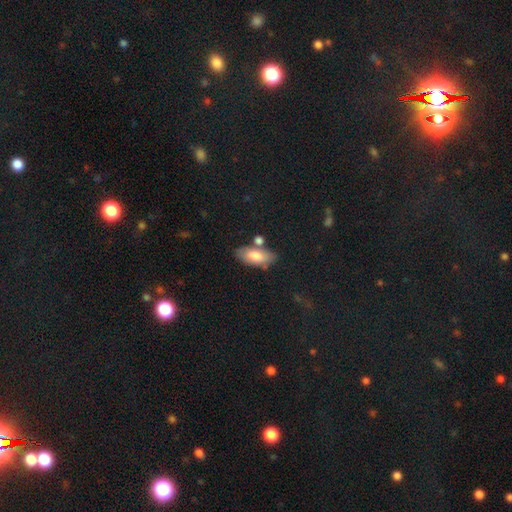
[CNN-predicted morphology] A smooth galaxy with no disk features (78%) that is in between round and cigar-shaped (85%).

Vote fractions:
- Smooth or featured? smooth: 78% / featured or disk: 16% / star or artifact: 6%
- How rounded? in between: 85% / cigar-shaped: 12% / round: 3%
- Merging? none: 65% / minor disturbance: 16% / merger: 15% / major disturbance: 4%